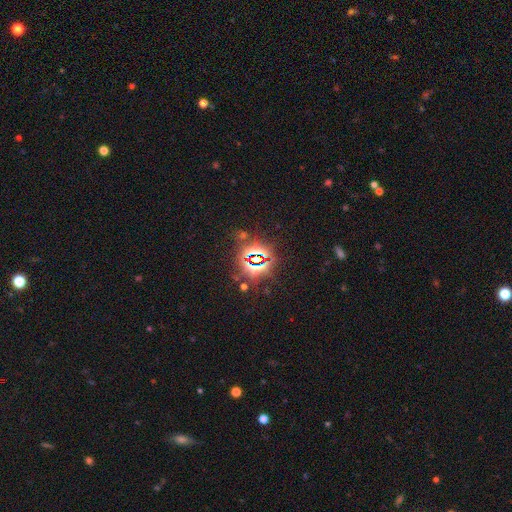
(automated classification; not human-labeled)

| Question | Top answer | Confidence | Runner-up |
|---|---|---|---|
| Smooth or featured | star or artifact | 84% | smooth (10%) |